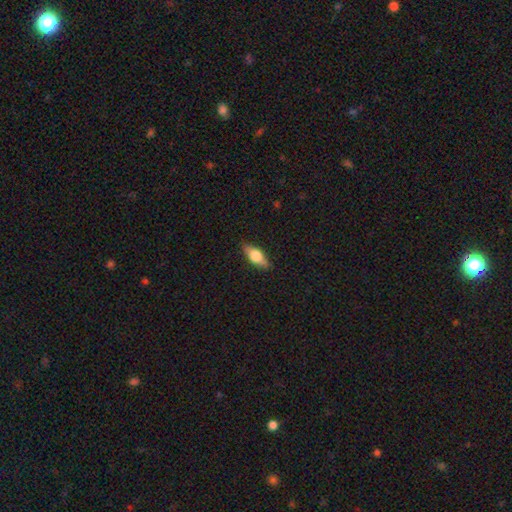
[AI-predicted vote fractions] Smooth or featured?
  - smooth: 59% *
  - featured or disk: 35%
  - star or artifact: 7%
How rounded?
  - in between: 74% *
  - cigar-shaped: 22%
  - round: 4%
Merging?
  - none: 86% *
  - minor disturbance: 10%
  - major disturbance: 2%
  - merger: 1%